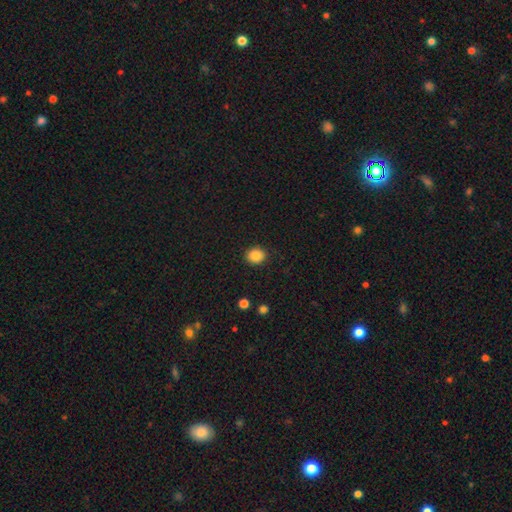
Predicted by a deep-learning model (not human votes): Smooth or featured?
  - smooth: 86% *
  - star or artifact: 10%
  - featured or disk: 4%
How rounded?
  - round: 75% *
  - in between: 24%
  - cigar-shaped: 1%
Merging?
  - none: 90% *
  - minor disturbance: 7%
  - major disturbance: 2%
  - merger: 1%